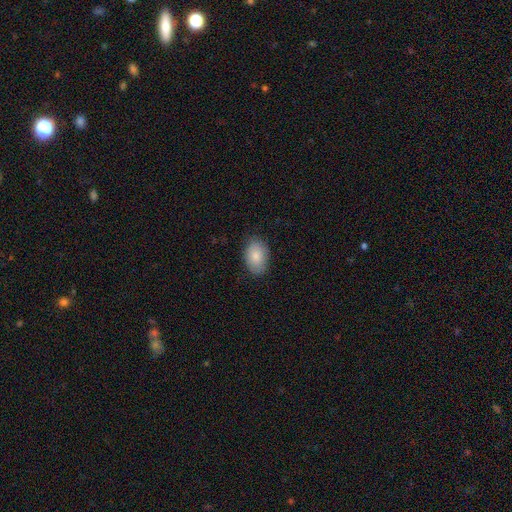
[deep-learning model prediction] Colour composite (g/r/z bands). It shows a smooth galaxy with no disk features (85%) that is in between round and cigar-shaped (88%). Merging: none (84%).